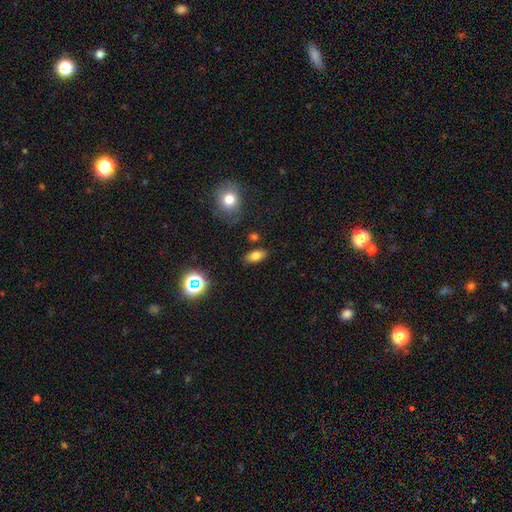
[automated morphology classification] Smooth or featured?
  - smooth: 78% *
  - star or artifact: 12%
  - featured or disk: 10%
How rounded?
  - in between: 87% *
  - cigar-shaped: 7%
  - round: 6%
Merging?
  - none: 84% *
  - minor disturbance: 10%
  - merger: 3%
  - major disturbance: 3%